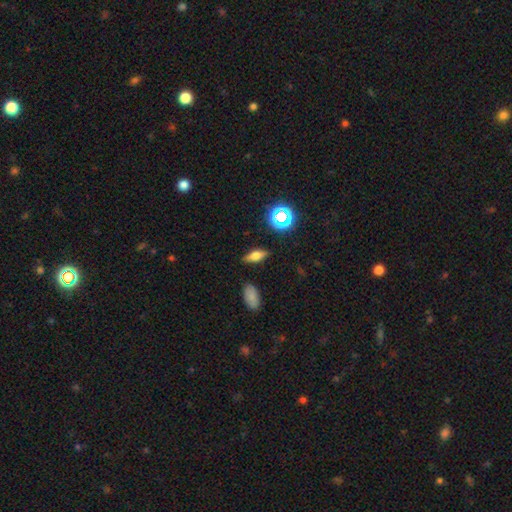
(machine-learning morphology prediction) Q: Smooth or featured?
A: smooth (62%); runner-up: featured or disk (24%)
Q: How rounded?
A: in between (69%); runner-up: cigar-shaped (25%)
Q: Merging?
A: none (86%); runner-up: minor disturbance (10%)